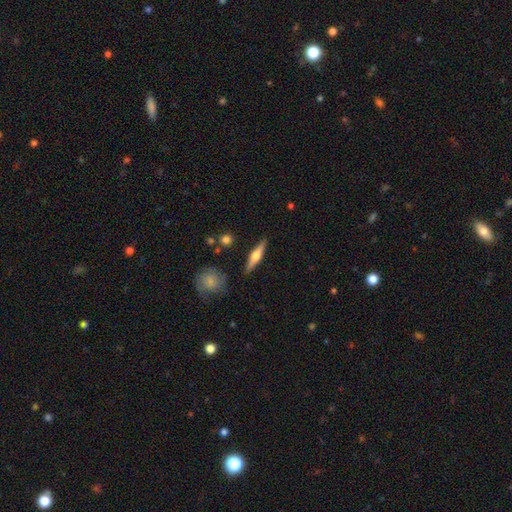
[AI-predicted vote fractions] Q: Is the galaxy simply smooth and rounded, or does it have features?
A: featured or disk — 55%.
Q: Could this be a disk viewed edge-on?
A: yes — 95%.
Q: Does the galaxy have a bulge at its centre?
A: rounded — 89%.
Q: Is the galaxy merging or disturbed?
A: none — 88%.